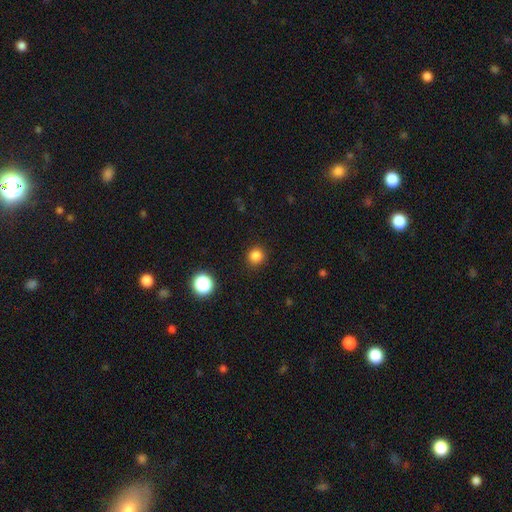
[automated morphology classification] Smooth or featured? smooth (83%)
How rounded? round (93%)
Merging? none (90%)